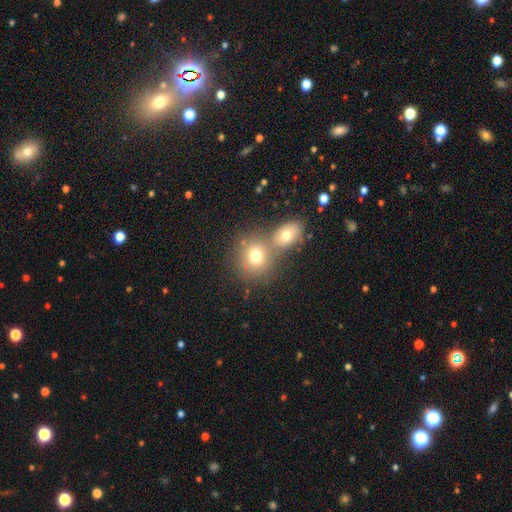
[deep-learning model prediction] smooth 73%, featured or disk 15%, star or artifact 13%. Down the decision tree: how rounded — round (76%); merging — none (46%).